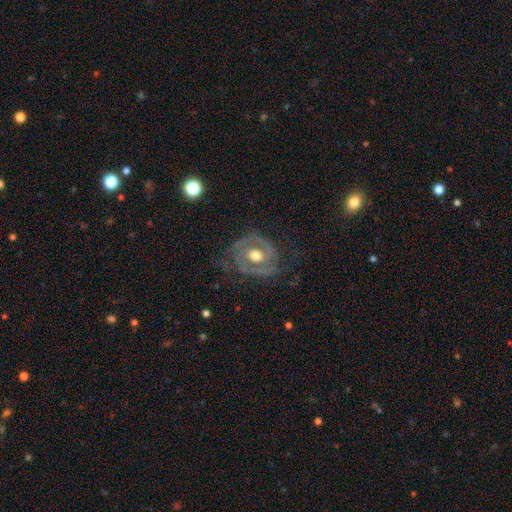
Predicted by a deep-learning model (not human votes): smooth_or_featured: featured or disk (p=0.82) [alt: smooth p=0.13]
disk_edge_on: no (p=0.96) [alt: yes p=0.04]
bar: no (p=0.65) [alt: weak p=0.26]
has_spiral_arms: yes (p=0.82) [alt: no p=0.18]
spiral_winding: tight (p=0.49) [alt: medium p=0.36]
spiral_arm_count: 2 (p=0.58) [alt: can't tell p=0.20]
bulge_size: moderate (p=0.78) [alt: large p=0.12]
merging: none (p=0.65) [alt: minor disturbance p=0.20]